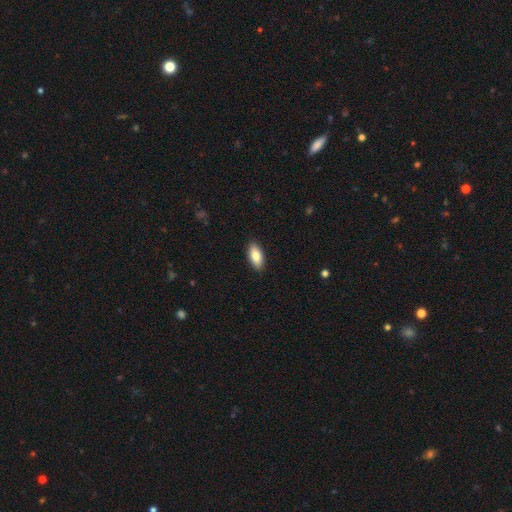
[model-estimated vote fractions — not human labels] The model was most divided on "smooth or featured": smooth: 85%, featured or disk: 9%, star or artifact: 6%. More confident: merging — none (89%); how rounded — in between (88%).